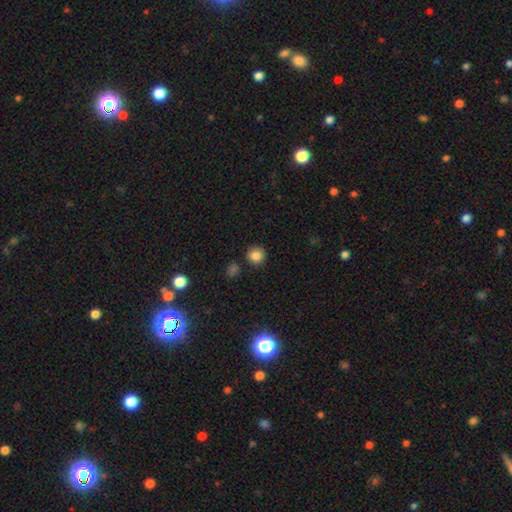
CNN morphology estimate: type=smooth (84%); roundness=round (94%); merging=none (89%).